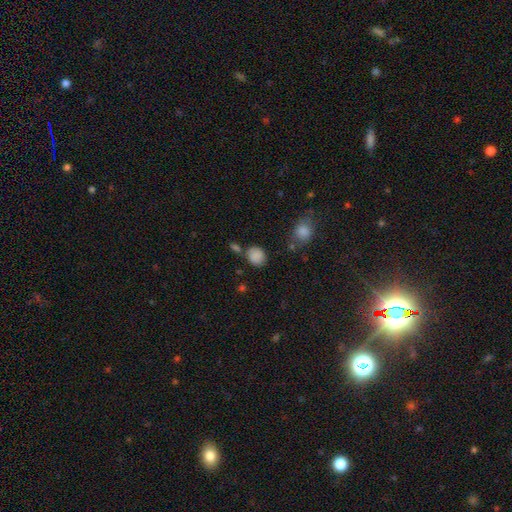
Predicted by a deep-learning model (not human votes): The model was most divided on "how rounded": round: 69%, in between: 30%, cigar-shaped: 1%. More confident: smooth or featured — smooth (86%); merging — none (69%).